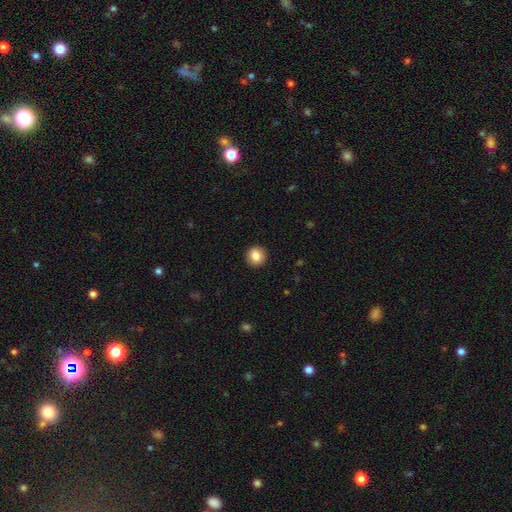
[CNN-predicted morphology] type=smooth (86%); roundness=round (94%); merging=none (93%).